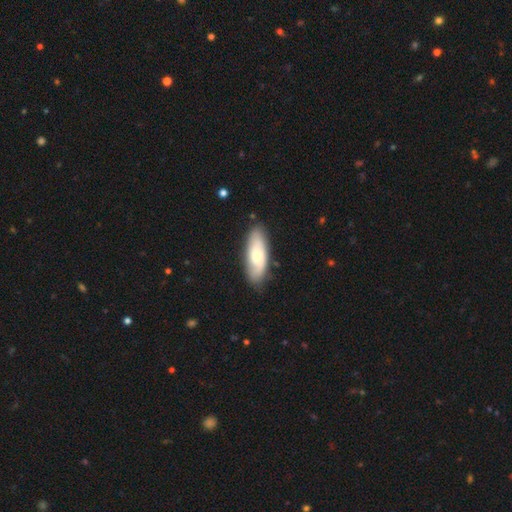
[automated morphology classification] smooth_or_featured: smooth (p=0.54) [alt: featured or disk p=0.41]
how_rounded: in between (p=0.74) [alt: cigar-shaped p=0.23]
merging: none (p=0.80) [alt: minor disturbance p=0.15]